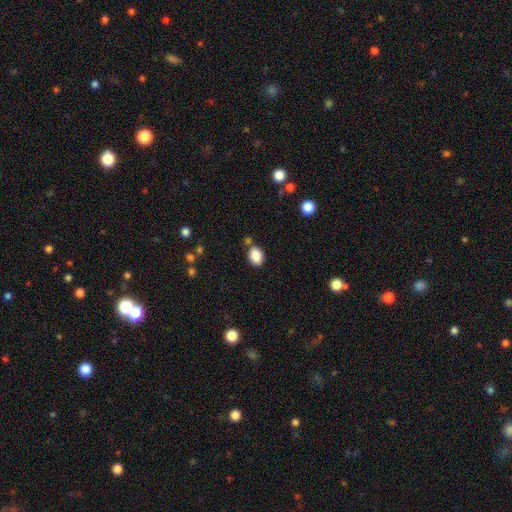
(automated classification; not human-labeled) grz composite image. It shows a smooth galaxy with no disk features (87%) that is in between round and cigar-shaped (79%). Merging: none (71%).